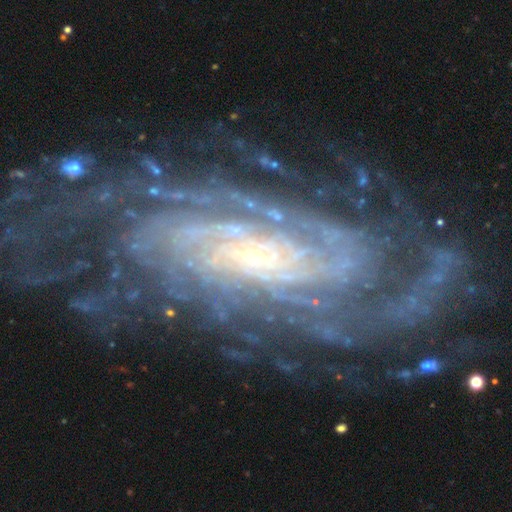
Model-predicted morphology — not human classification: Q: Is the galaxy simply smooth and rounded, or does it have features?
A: featured or disk — 91%.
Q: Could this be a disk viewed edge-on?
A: no — 95%.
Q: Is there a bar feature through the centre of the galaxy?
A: no — 59%.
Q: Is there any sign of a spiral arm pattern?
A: yes — 98%.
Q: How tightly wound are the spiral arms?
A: tight — 74%.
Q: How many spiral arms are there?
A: more than 4 — 26%.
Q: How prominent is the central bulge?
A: small — 79%.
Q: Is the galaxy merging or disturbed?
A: none — 72%.